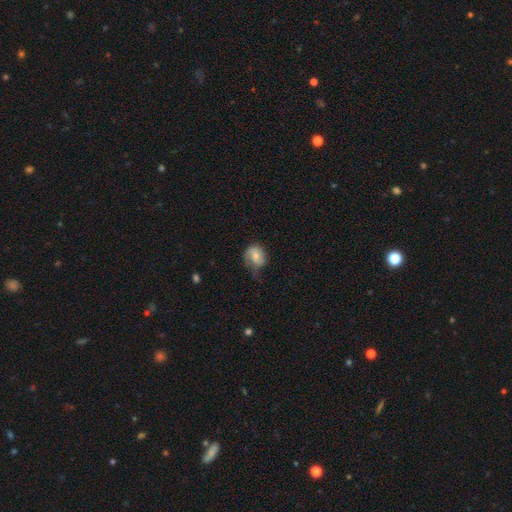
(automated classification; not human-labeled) smooth 53%, featured or disk 39%, star or artifact 7%. Down the decision tree: how rounded — round (53%); merging — none (41%).